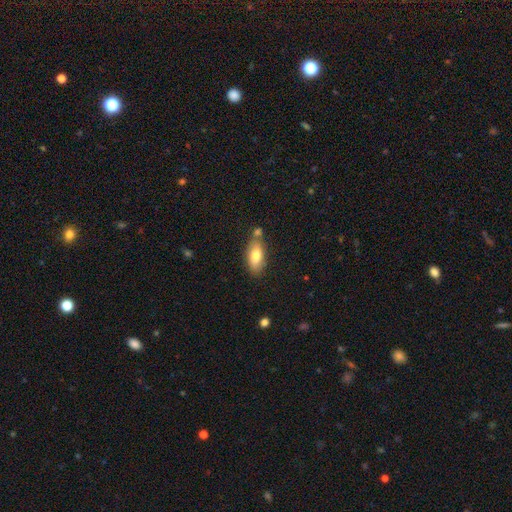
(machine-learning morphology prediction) A smooth galaxy with no disk features (78%) that is in between round and cigar-shaped (83%). Merging: none (67%).